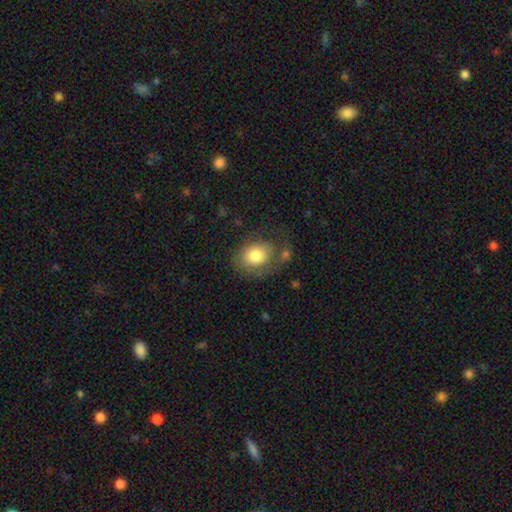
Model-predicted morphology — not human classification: Smooth or featured? Predicted: smooth (p=0.77). How rounded? Predicted: in between (p=0.53). Merging? Predicted: none (p=0.56).